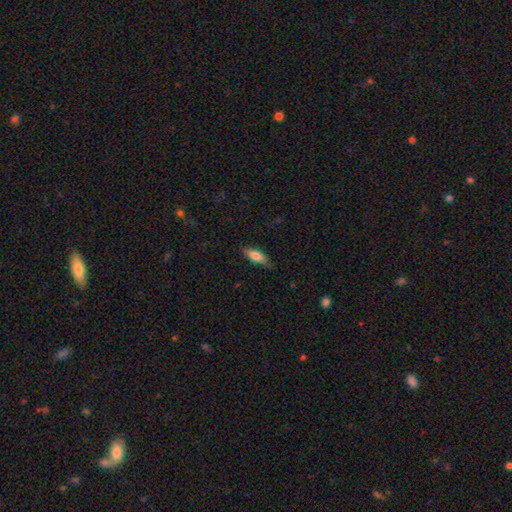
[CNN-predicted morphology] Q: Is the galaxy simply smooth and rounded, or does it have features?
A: smooth — 76%.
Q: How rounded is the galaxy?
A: in between — 63%.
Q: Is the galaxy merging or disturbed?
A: none — 78%.